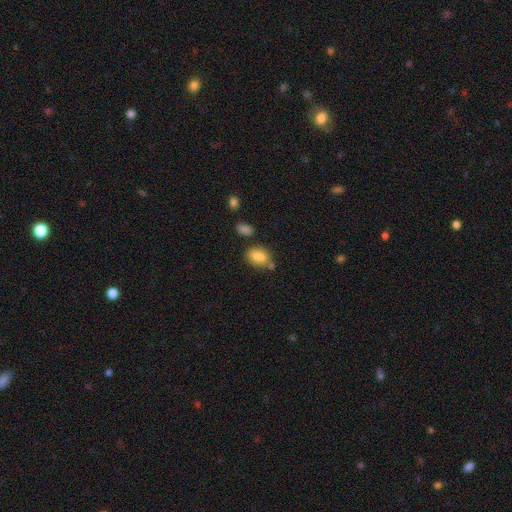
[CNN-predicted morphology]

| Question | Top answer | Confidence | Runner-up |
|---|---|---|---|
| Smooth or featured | smooth | 77% | star or artifact (12%) |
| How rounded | in between | 67% | round (32%) |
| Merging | none | 57% | merger (21%) |